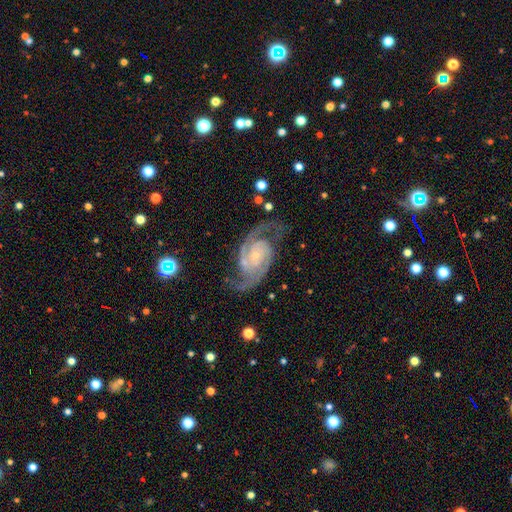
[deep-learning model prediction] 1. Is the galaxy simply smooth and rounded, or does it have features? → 92% featured or disk, 5% star or artifact, 3% smooth.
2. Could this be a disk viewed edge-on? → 98% no, 2% yes.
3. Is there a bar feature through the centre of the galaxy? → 65% no, 25% weak, 9% strong.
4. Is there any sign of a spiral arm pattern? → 98% yes, 2% no.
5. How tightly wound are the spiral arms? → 54% medium, 34% tight, 13% loose.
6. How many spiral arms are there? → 87% 2, 5% 3, 3% can't tell, 2% 4, 2% 1, 2% more than 4.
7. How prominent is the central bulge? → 80% small, 13% moderate, 5% none, 1% large, 1% dominant.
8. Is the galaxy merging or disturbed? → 71% none, 16% minor disturbance, 9% major disturbance, 3% merger.